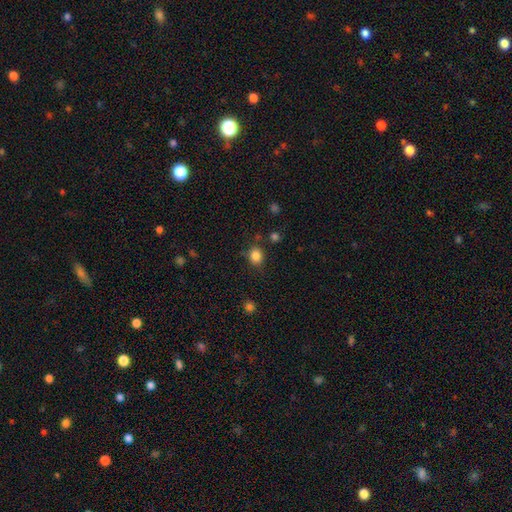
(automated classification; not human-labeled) A smooth galaxy with no disk features (84%) that is round (69%).

Vote fractions:
- Smooth or featured? smooth: 84% / star or artifact: 12% / featured or disk: 4%
- How rounded? round: 69% / in between: 30% / cigar-shaped: 1%
- Merging? none: 80% / minor disturbance: 12% / merger: 4% / major disturbance: 4%